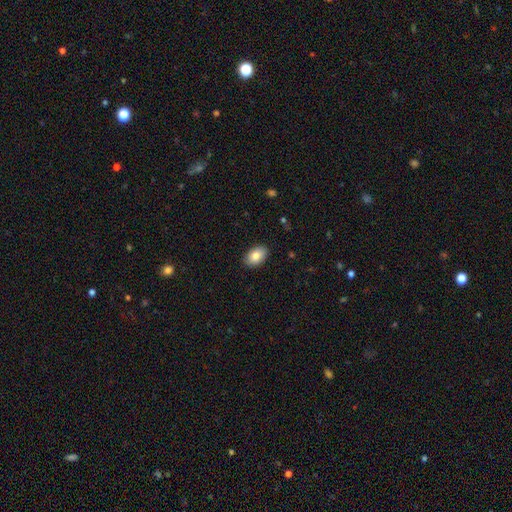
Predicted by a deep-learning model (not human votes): smooth 83%, featured or disk 10%, star or artifact 7%. Down the decision tree: how rounded — in between (90%); merging — none (88%).